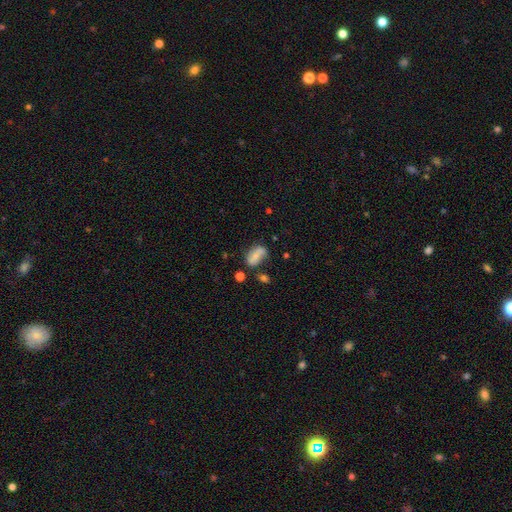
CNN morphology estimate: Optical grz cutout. It shows a smooth galaxy with no disk features (57%) that is in between round and cigar-shaped (87%). Merging: none (46%).